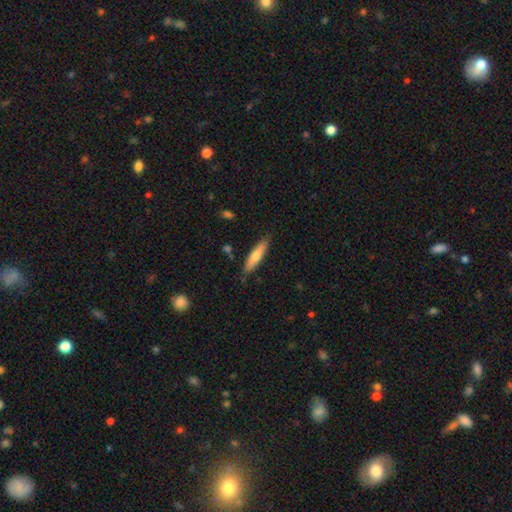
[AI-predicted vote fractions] This appears to be a smooth galaxy with no disk features (67%) that is cigar-shaped (82%). Merging: none (86%).